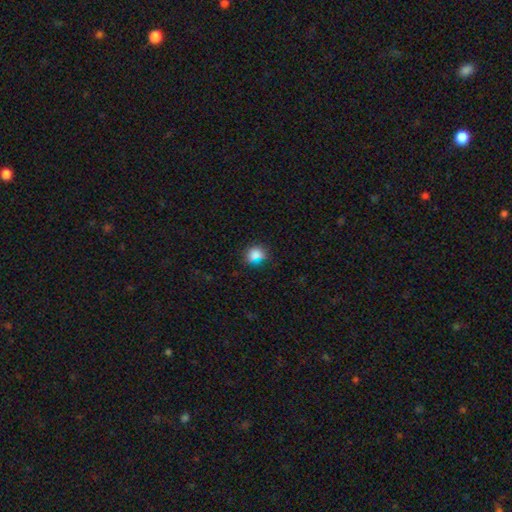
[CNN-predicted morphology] Overall: smooth (79%). How rounded: round (63%; in between 35%). Merging: none (68%).